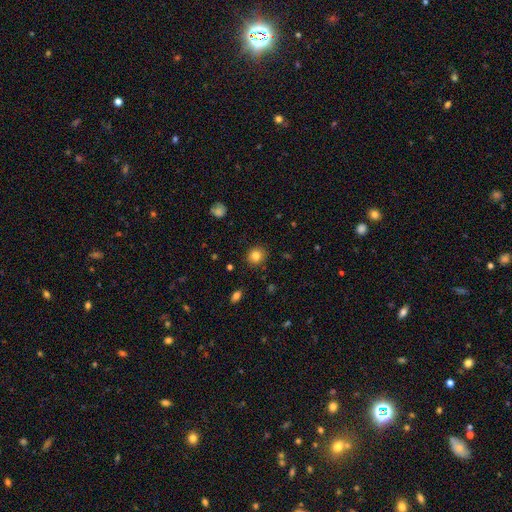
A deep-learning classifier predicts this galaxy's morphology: smooth 83%, star or artifact 11%, featured or disk 6%. Down the decision tree: how rounded — round (87%); merging — none (89%).